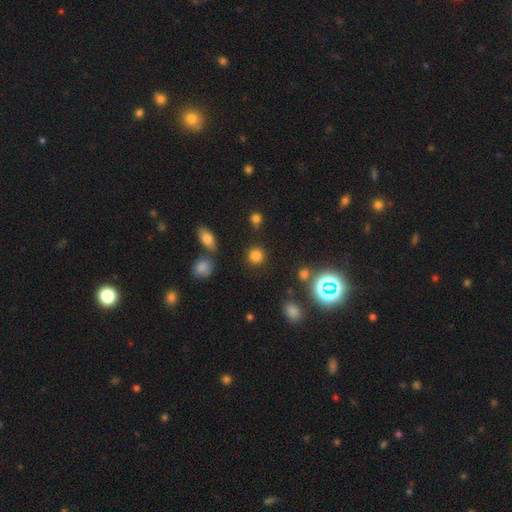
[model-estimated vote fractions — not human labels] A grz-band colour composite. It shows a smooth galaxy with no disk features (79%) that is round (90%). Merging: none (86%).